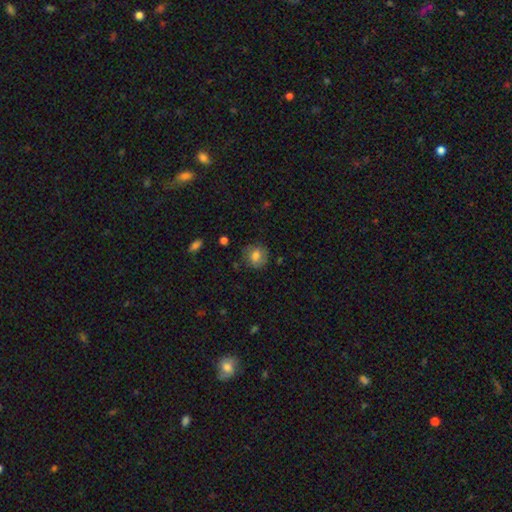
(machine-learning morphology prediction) This is likely a smooth galaxy (75%). How rounded: likely round (74%). Merging: likely none (76%).